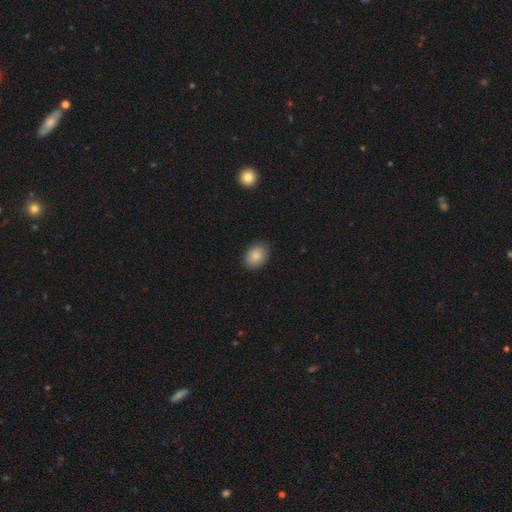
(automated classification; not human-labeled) Smooth or featured? Predicted: smooth (p=0.85). How rounded? Predicted: in between (p=0.69). Merging? Predicted: none (p=0.87).